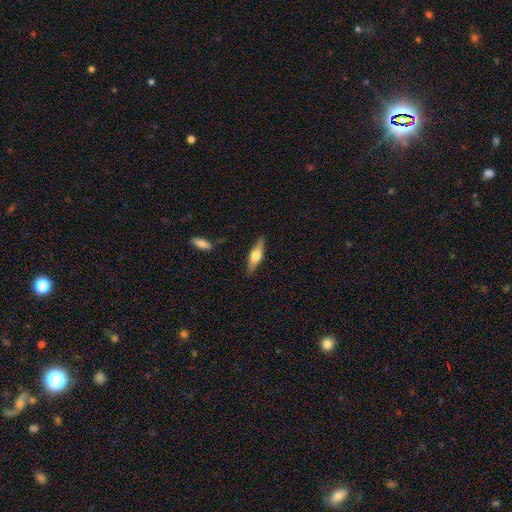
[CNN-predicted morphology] The model was most divided on "smooth or featured": featured or disk: 52%, smooth: 42%, star or artifact: 6%. More confident: edge-on disk — yes (93%); merging — none (86%).